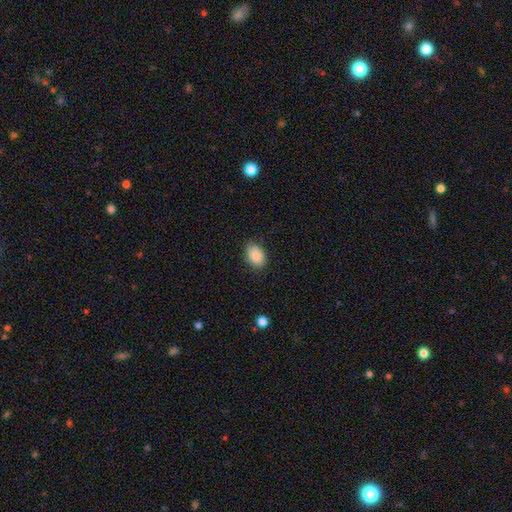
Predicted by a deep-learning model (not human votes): Morphology: type=smooth (89%); roundness=in between (85%); merging=none (81%).